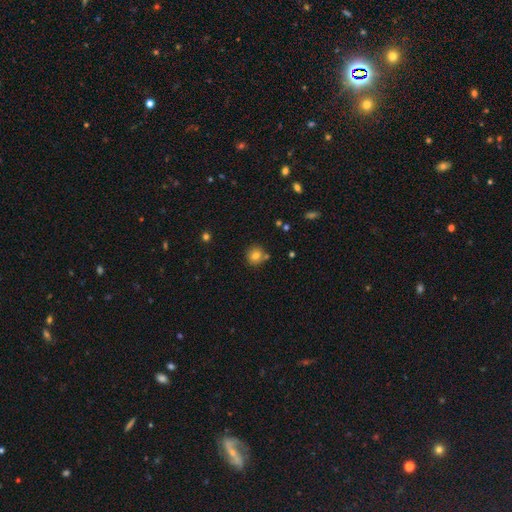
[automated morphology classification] The model was most divided on "merging": none: 76%, minor disturbance: 11%, merger: 11%, major disturbance: 3%. More confident: how rounded — round (90%); smooth or featured — smooth (78%).